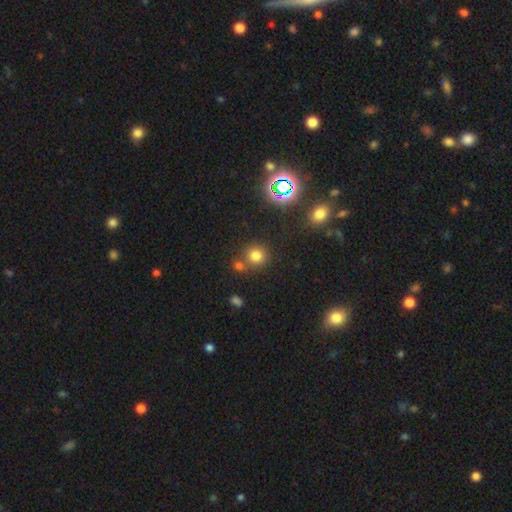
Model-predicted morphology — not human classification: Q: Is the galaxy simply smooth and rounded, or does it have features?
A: smooth — 73%.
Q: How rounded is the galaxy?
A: round — 89%.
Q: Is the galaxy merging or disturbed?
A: none — 69%.